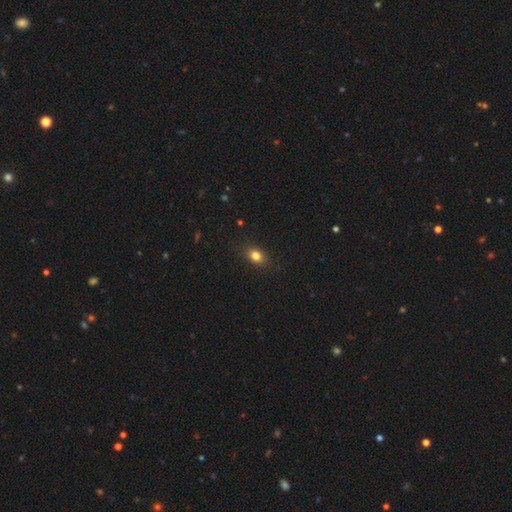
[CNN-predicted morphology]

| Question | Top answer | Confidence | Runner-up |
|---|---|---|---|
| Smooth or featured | smooth | 81% | star or artifact (12%) |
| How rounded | in between | 63% | round (35%) |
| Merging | none | 86% | minor disturbance (11%) |